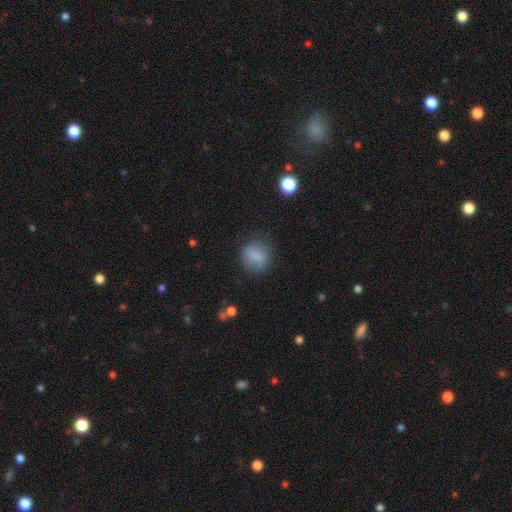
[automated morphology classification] This appears to be a smooth galaxy with no disk features (81%) that is round (69%). Merging: none (72%).